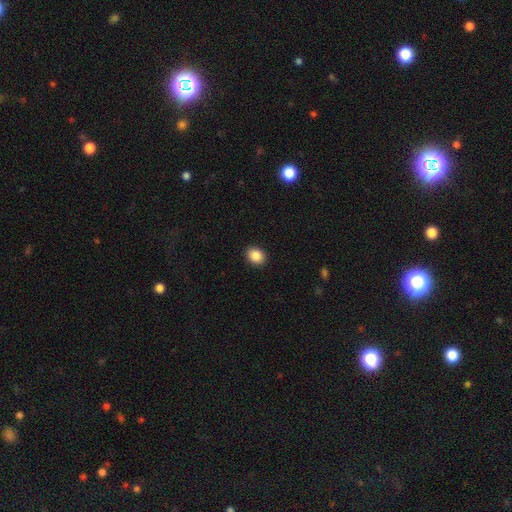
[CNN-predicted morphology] This appears to be a smooth galaxy with no disk features (87%) that is round (56%). Merging: none (91%).